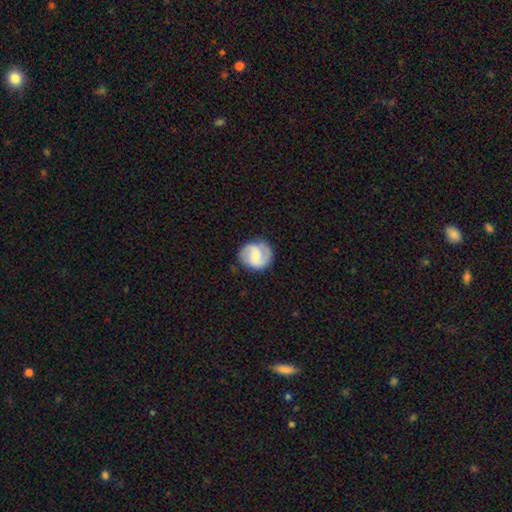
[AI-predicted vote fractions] Smooth or featured?
  - featured or disk: 68% *
  - smooth: 26%
  - star or artifact: 6%
Edge-on disk?
  - no: 98% *
  - yes: 2%
Bar?
  - weak: 53% *
  - no: 28%
  - strong: 19%
Spiral arms?
  - yes: 92% *
  - no: 8%
Spiral winding?
  - medium: 48% *
  - tight: 27%
  - loose: 25%
Spiral arm count?
  - 2: 87% *
  - can't tell: 6%
  - 1: 3%
  - 3: 2%
  - 4: 1%
  - more than 4: 1%
Bulge size?
  - moderate: 43% *
  - small: 40%
  - none: 9%
  - large: 7%
  - dominant: 1%
Merging?
  - none: 82% *
  - minor disturbance: 13%
  - major disturbance: 4%
  - merger: 1%